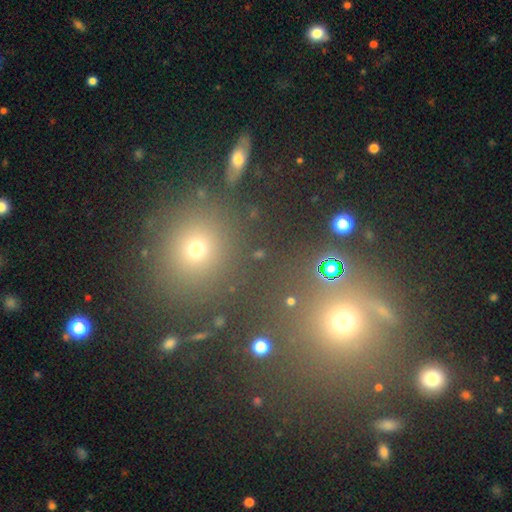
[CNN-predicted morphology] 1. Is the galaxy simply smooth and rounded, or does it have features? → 46% star or artifact, 45% smooth, 9% featured or disk.